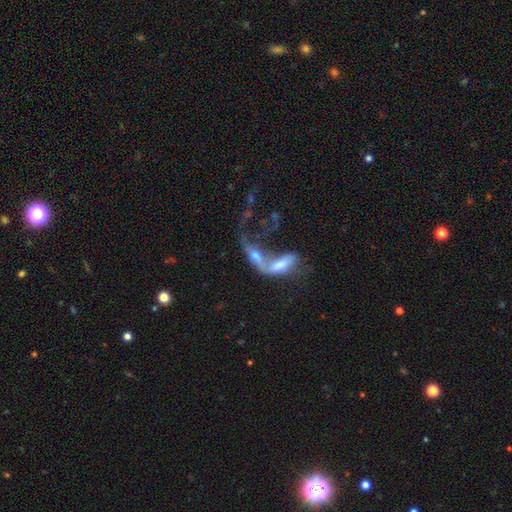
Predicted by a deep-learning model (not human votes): Smooth or featured? Predicted: smooth (p=0.48). Merging? Predicted: merger (p=0.75).